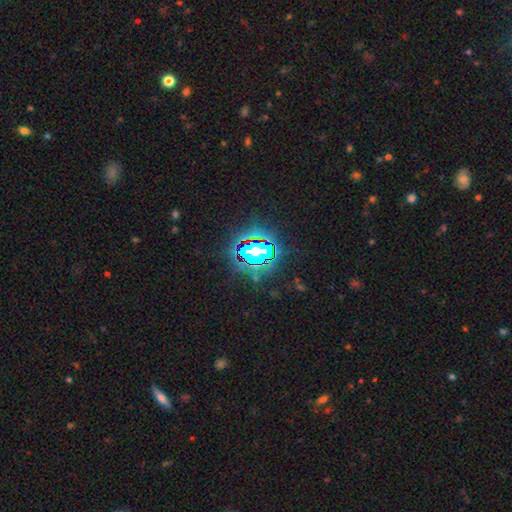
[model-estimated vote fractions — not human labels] Overall: star or artifact (80%).